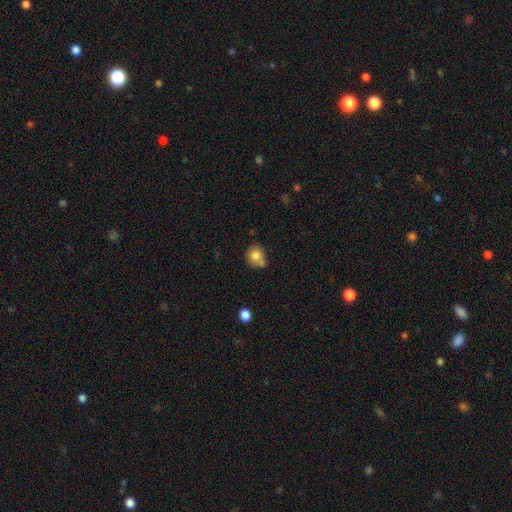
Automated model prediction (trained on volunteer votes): This appears to be a smooth galaxy with no disk features (78%) that is round (72%). Merging: none (48%).